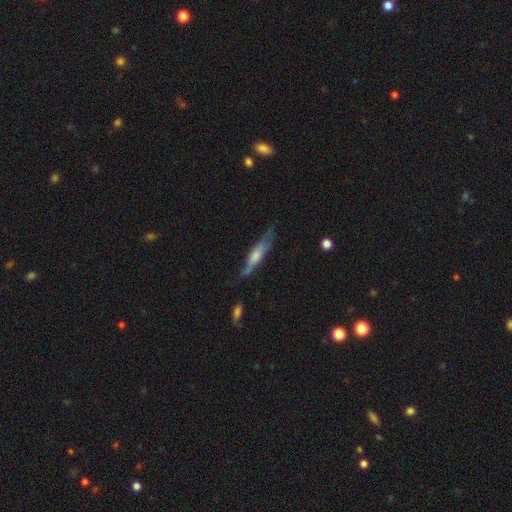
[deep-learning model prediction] Q: Smooth or featured?
A: smooth (47%); tied with: featured or disk (47%)
Q: Merging?
A: none (54%); runner-up: minor disturbance (29%)